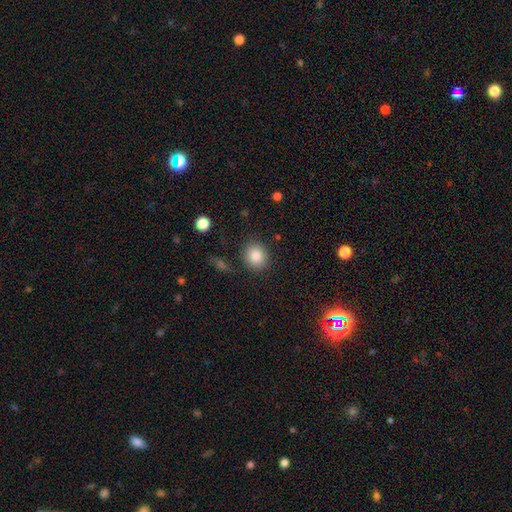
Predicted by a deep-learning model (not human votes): smooth_or_featured: smooth (p=0.85) [alt: star or artifact p=0.09]
how_rounded: round (p=0.72) [alt: in between p=0.27]
merging: none (p=0.85) [alt: minor disturbance p=0.09]